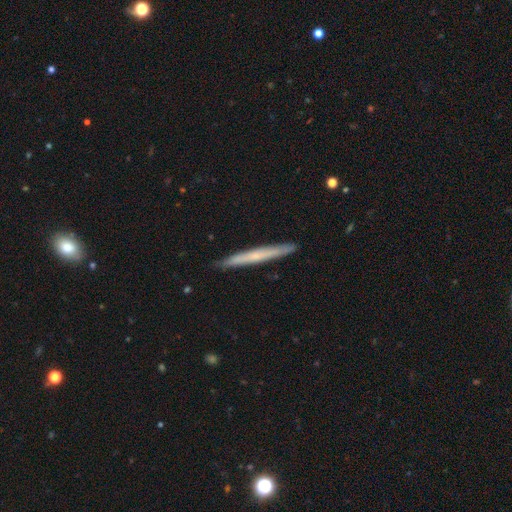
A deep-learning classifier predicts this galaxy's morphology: A smooth galaxy with no disk features (49%).

Vote fractions:
- Smooth or featured? smooth: 49% / featured or disk: 46% / star or artifact: 6%
- Merging? none: 91% / minor disturbance: 7% / major disturbance: 1% / merger: 1%